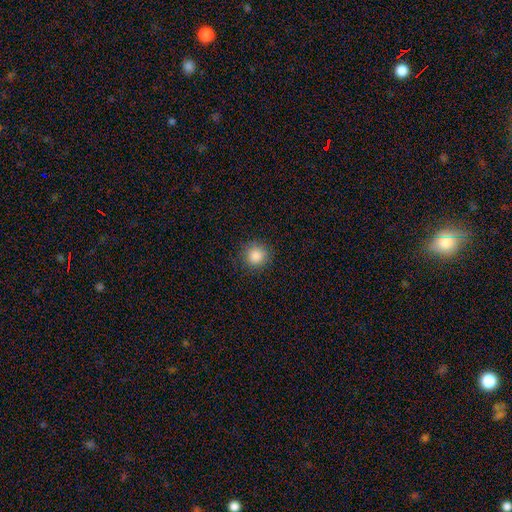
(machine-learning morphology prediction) smooth-or-featured: smooth: 87% | star or artifact: 10% | featured or disk: 4%
  how-rounded: round: 92% | in between: 7% | cigar-shaped: 1%
  merging: none: 88% | minor disturbance: 8% | major disturbance: 3% | merger: 1%